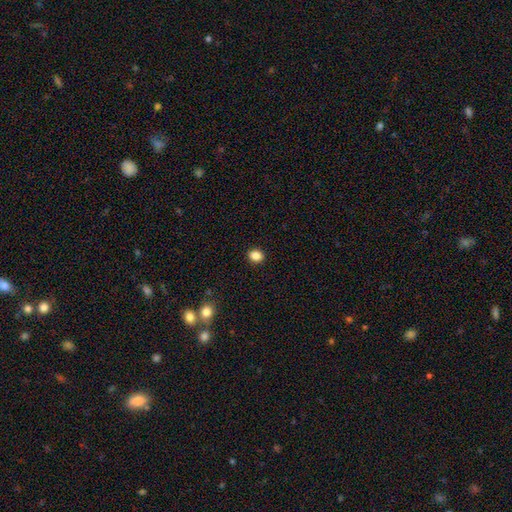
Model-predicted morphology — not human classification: Smooth or featured? Predicted: smooth (p=0.86). How rounded? Predicted: round (p=0.58). Merging? Predicted: none (p=0.91).